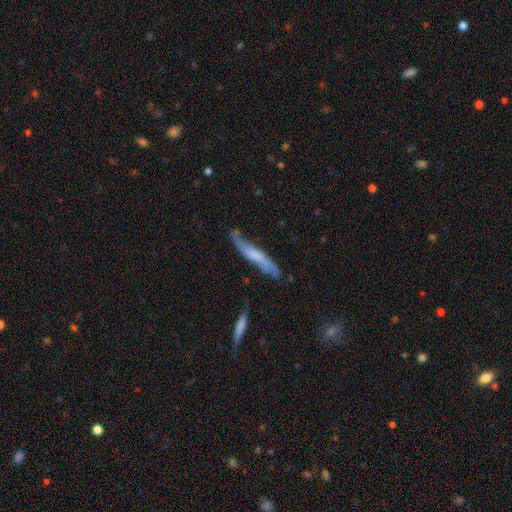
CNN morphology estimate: Overall: featured or disk (53%; smooth 40%). Edge-on disk: yes (57%; no 43%). Merging: none (59%; minor disturbance 27%).